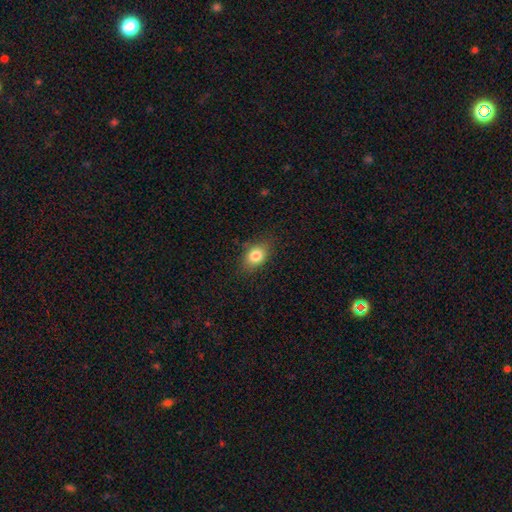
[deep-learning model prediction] smooth 82%, star or artifact 9%, featured or disk 9%. Down the decision tree: how rounded — in between (70%); merging — none (80%).